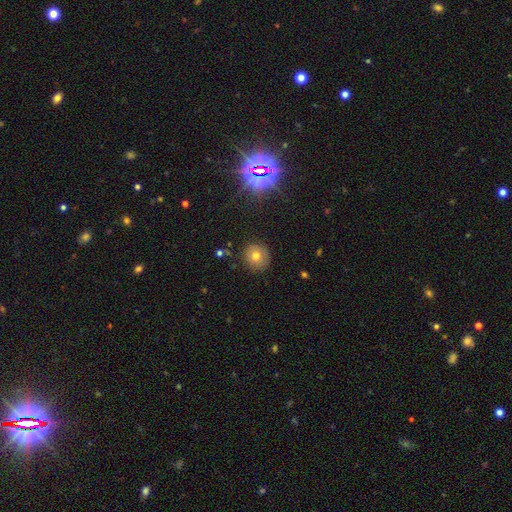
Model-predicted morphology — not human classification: Smooth or featured? Predicted: smooth (p=0.69). How rounded? Predicted: round (p=0.90). Merging? Predicted: none (p=0.86).